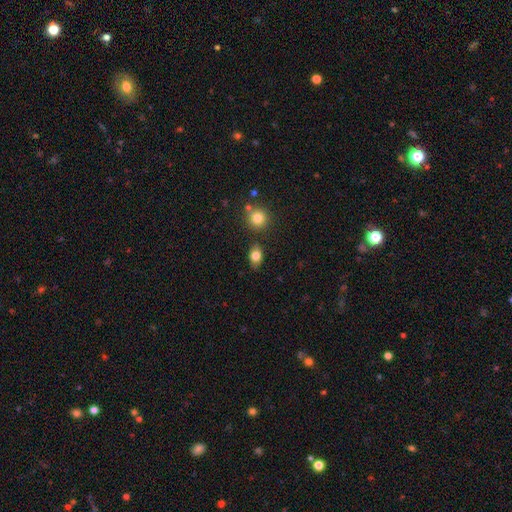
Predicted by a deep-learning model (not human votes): The model was most divided on "how rounded": in between: 75%, round: 23%, cigar-shaped: 2%. More confident: merging — none (82%); smooth or featured — smooth (81%).